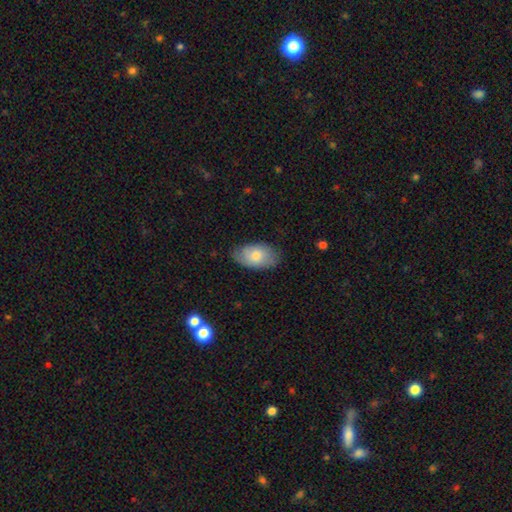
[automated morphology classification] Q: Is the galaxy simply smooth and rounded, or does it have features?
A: smooth — 70%.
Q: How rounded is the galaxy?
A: in between — 93%.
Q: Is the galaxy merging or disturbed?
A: none — 71%.